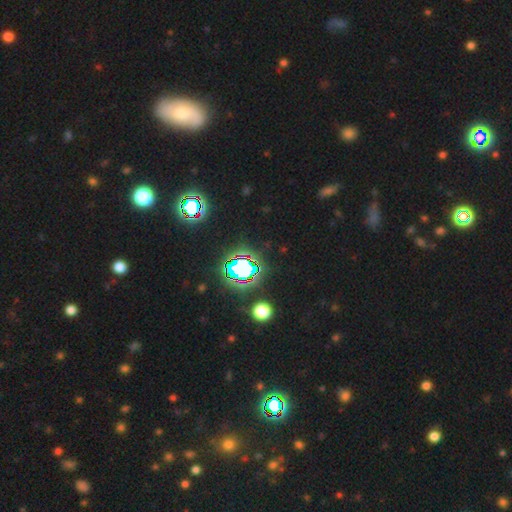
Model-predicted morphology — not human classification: Overall: star or artifact (78%).